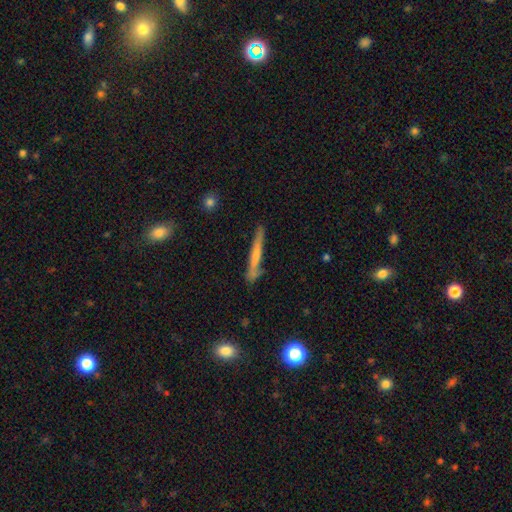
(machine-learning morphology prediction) smooth 51%, featured or disk 42%, star or artifact 7%. Down the decision tree: how rounded — cigar-shaped (95%); merging — none (76%).